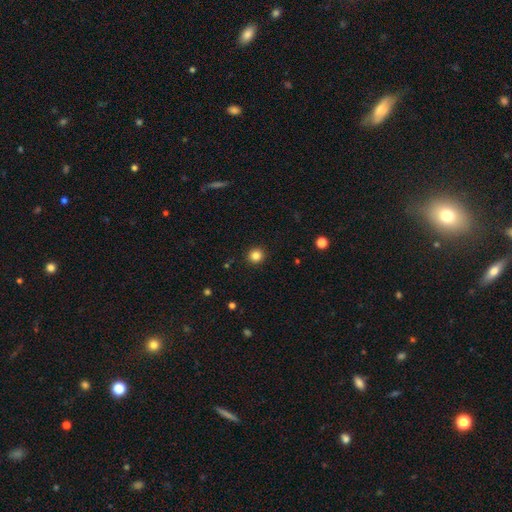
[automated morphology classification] This appears to be a smooth galaxy with no disk features (84%) that is round (94%). Merging: none (92%).